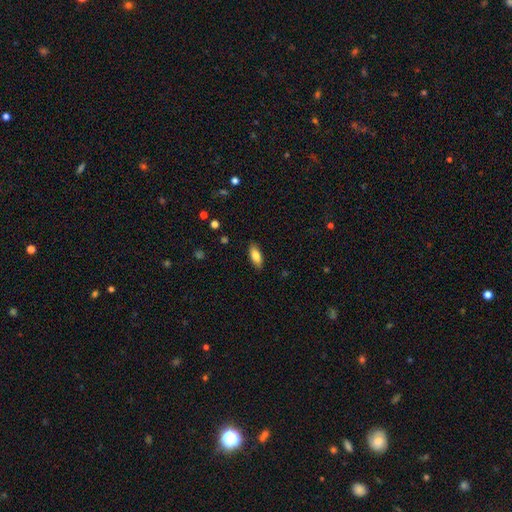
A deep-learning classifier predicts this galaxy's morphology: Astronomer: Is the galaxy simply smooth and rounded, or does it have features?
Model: smooth — 82%.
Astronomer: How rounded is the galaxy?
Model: in between — 78%.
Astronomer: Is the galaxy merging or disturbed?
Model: none — 88%.